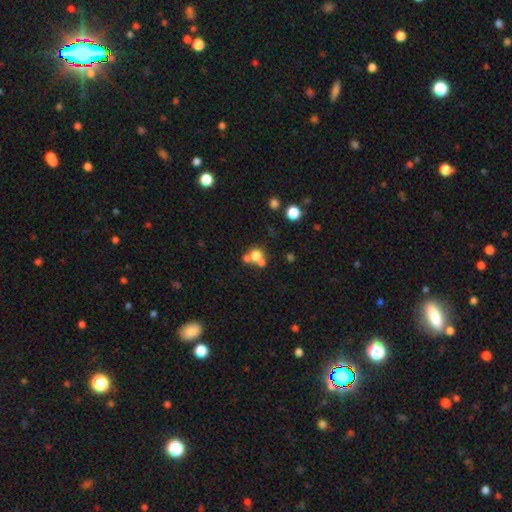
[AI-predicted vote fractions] A smooth galaxy with no disk features (69%) that is round (84%).

Vote fractions:
- Smooth or featured? smooth: 69% / featured or disk: 17% / star or artifact: 15%
- How rounded? round: 84% / in between: 15% / cigar-shaped: 1%
- Merging? merger: 49% / none: 39% / minor disturbance: 7% / major disturbance: 5%